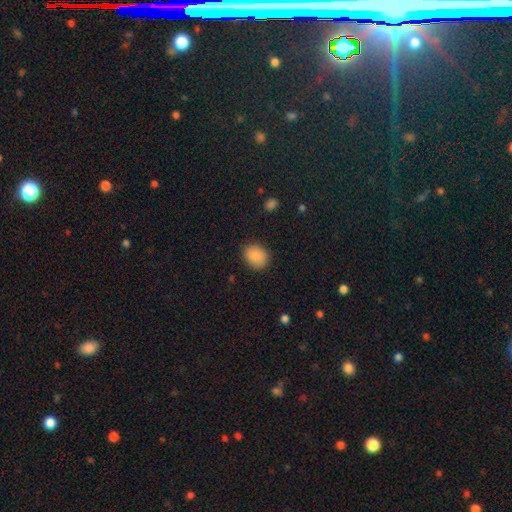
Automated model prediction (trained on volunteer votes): This appears to be a smooth galaxy with no disk features (88%) that is round (60%). Merging: none (86%).